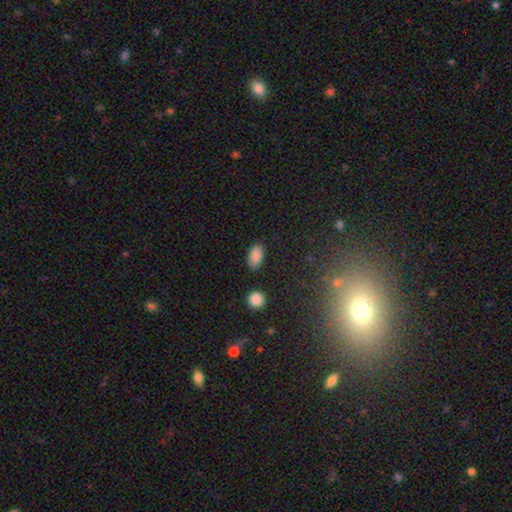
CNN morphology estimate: Smooth or featured? smooth (87%)
How rounded? in between (91%)
Merging? none (83%)